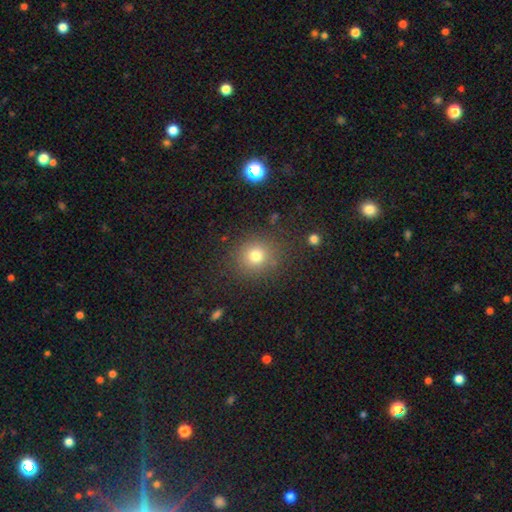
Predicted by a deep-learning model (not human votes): This appears to be a smooth galaxy with no disk features (76%) that is round (86%). Merging: none (85%).